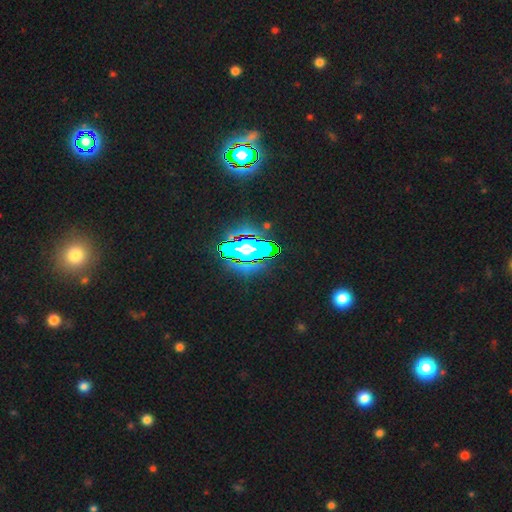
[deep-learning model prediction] Morphology: type=star or artifact (80%).